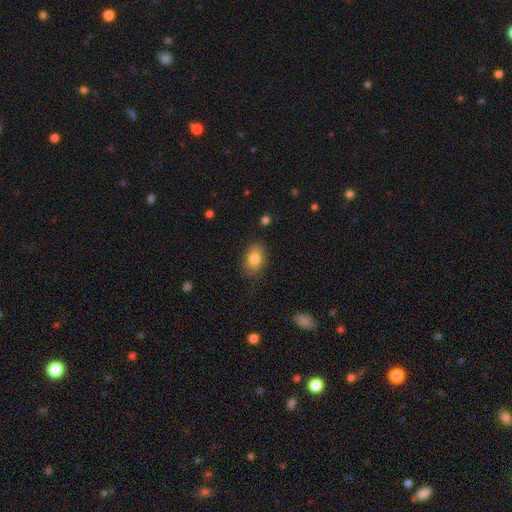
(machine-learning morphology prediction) A smooth galaxy with no disk features (80%) that is in between round and cigar-shaped (81%).

Vote fractions:
- Smooth or featured? smooth: 80% / star or artifact: 11% / featured or disk: 10%
- How rounded? in between: 81% / round: 18% / cigar-shaped: 1%
- Merging? none: 81% / minor disturbance: 15% / major disturbance: 3% / merger: 1%